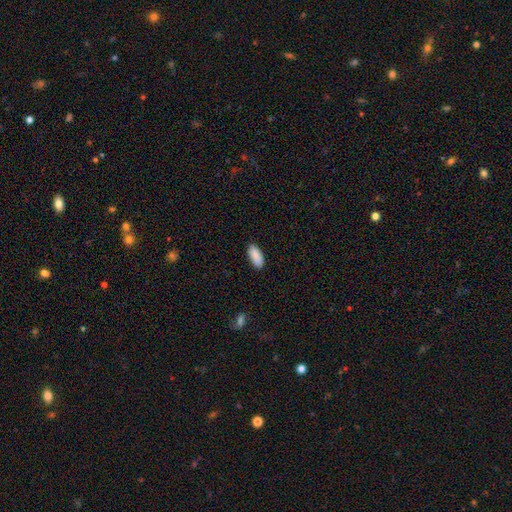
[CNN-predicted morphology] smooth-or-featured: smooth: 89% | star or artifact: 6% | featured or disk: 4%
  how-rounded: in between: 88% | cigar-shaped: 10% | round: 2%
  merging: none: 85% | minor disturbance: 11% | major disturbance: 2% | merger: 1%